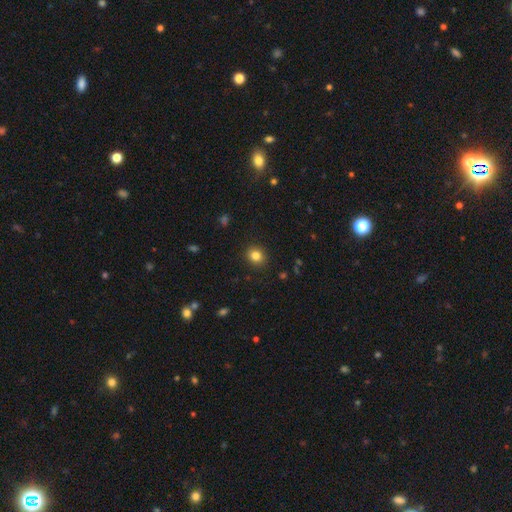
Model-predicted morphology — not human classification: Smooth or featured: smooth — 83% (star or artifact — 12%)
How rounded: round — 75% (in between — 24%)
Merging: none — 90% (minor disturbance — 7%)